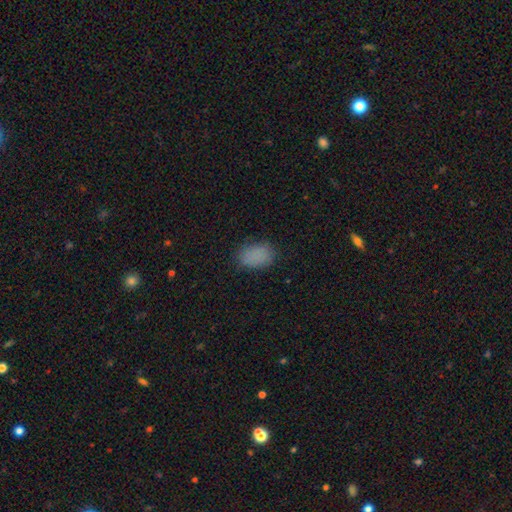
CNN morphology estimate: Overall: smooth (85%). How rounded: in between (87%). Merging: none (80%).